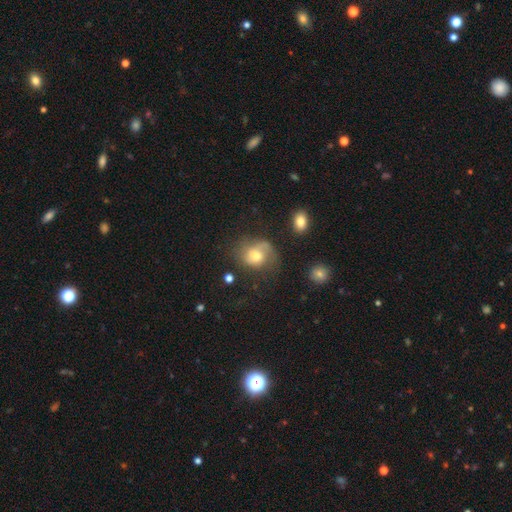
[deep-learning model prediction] Q: Smooth or featured?
A: smooth (51%); runner-up: featured or disk (38%)
Q: How rounded?
A: round (58%); runner-up: in between (41%)
Q: Merging?
A: none (45%); runner-up: major disturbance (26%)